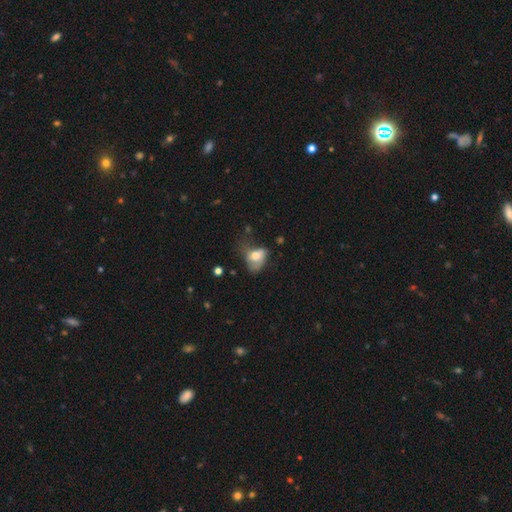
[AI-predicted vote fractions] smooth_or_featured: smooth (p=0.63) [alt: featured or disk p=0.27]
how_rounded: in between (p=0.82) [alt: round p=0.16]
merging: major disturbance (p=0.47) [alt: minor disturbance p=0.27]